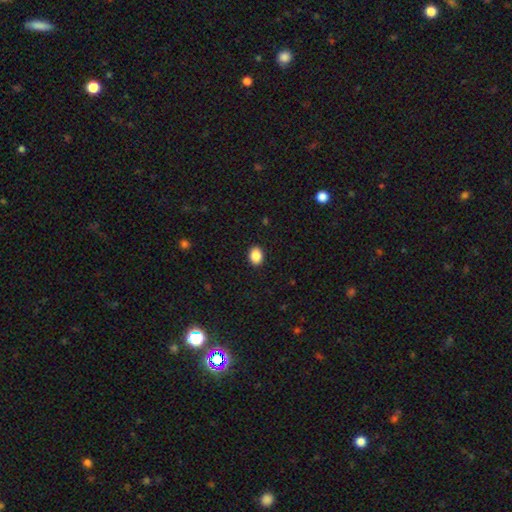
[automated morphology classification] Smooth or featured?
  - smooth: 88% *
  - star or artifact: 8%
  - featured or disk: 3%
How rounded?
  - in between: 63% *
  - round: 36%
  - cigar-shaped: 1%
Merging?
  - none: 91% *
  - minor disturbance: 6%
  - major disturbance: 2%
  - merger: 1%